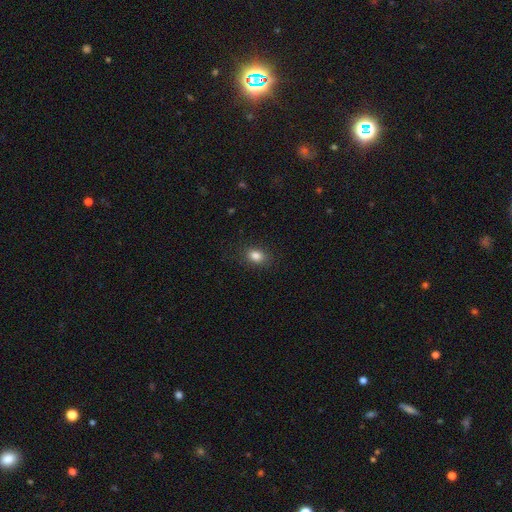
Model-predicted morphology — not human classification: Q: Smooth or featured?
A: smooth (85%); runner-up: star or artifact (10%)
Q: How rounded?
A: in between (71%); runner-up: round (28%)
Q: Merging?
A: none (86%); runner-up: minor disturbance (10%)